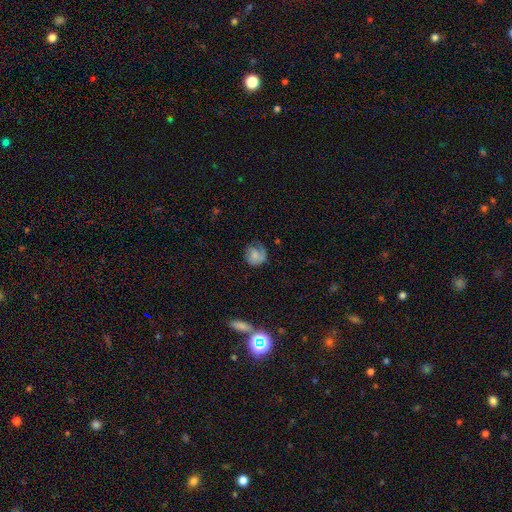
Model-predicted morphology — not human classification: Smooth or featured? smooth (52%)
How rounded? round (73%)
Merging? none (52%)